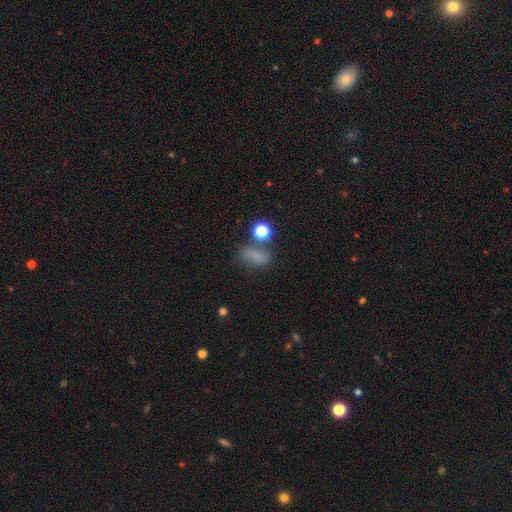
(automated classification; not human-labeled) Smooth or featured? Predicted: smooth (p=0.69). How rounded? Predicted: in between (p=0.71). Merging? Predicted: none (p=0.51).